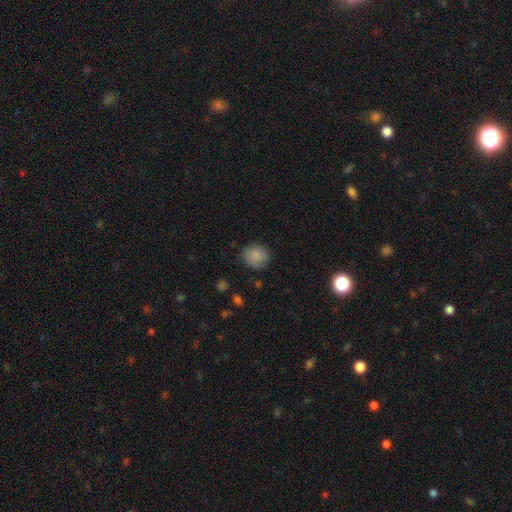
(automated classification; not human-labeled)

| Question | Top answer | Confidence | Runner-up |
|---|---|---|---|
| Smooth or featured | smooth | 84% | star or artifact (9%) |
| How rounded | round | 77% | in between (22%) |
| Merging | none | 77% | minor disturbance (18%) |